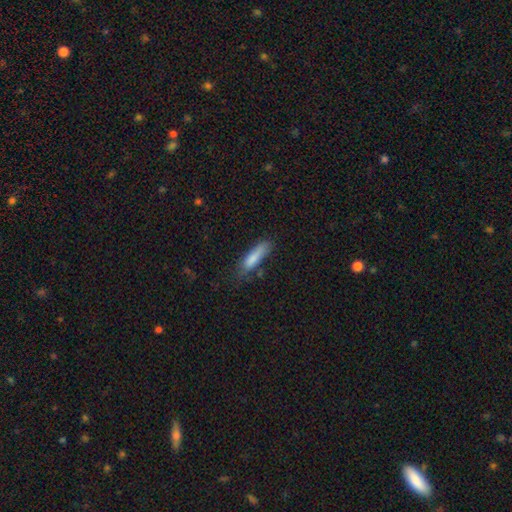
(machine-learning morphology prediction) A smooth galaxy with no disk features (80%) that is cigar-shaped (76%).

Vote fractions:
- Smooth or featured? smooth: 80% / featured or disk: 13% / star or artifact: 7%
- How rounded? cigar-shaped: 76% / in between: 22% / round: 2%
- Merging? none: 65% / minor disturbance: 25% / major disturbance: 7% / merger: 3%